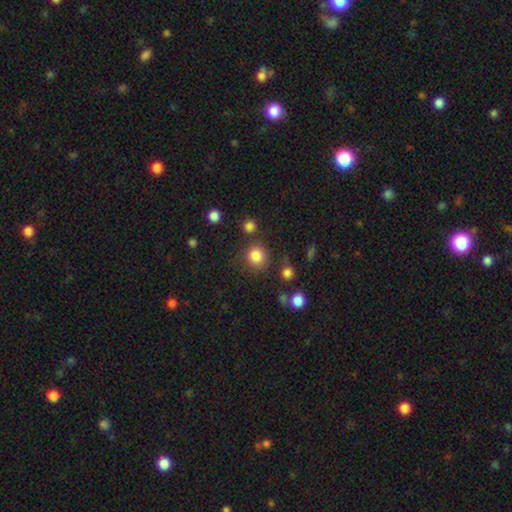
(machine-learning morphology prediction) Smooth or featured?
  - smooth: 84% *
  - star or artifact: 11%
  - featured or disk: 5%
How rounded?
  - round: 90% *
  - in between: 9%
  - cigar-shaped: 1%
Merging?
  - none: 80% *
  - minor disturbance: 10%
  - merger: 6%
  - major disturbance: 4%